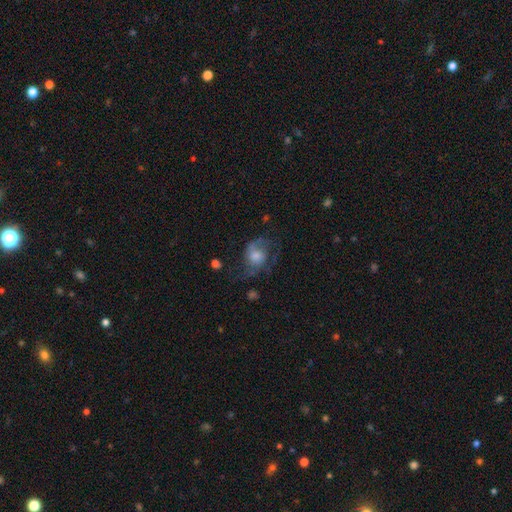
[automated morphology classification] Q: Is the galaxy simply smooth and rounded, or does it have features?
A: featured or disk — 59%.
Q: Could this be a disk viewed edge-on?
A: no — 97%.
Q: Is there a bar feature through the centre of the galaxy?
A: no — 73%.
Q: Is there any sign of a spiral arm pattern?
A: yes — 82%.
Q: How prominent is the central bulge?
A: moderate — 47%.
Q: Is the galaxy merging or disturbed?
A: none — 48%.